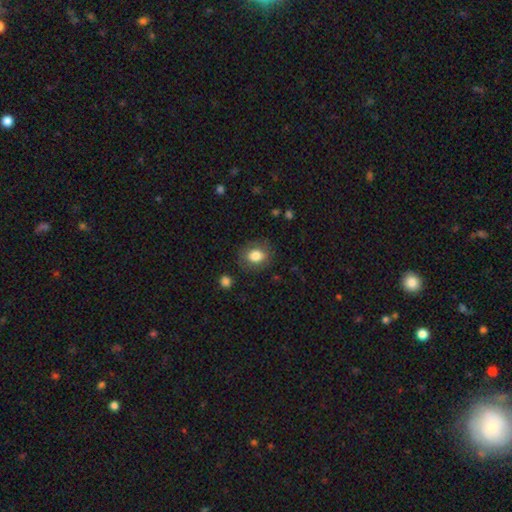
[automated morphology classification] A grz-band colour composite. It shows a smooth galaxy with no disk features (81%) that is round (55%). Merging: none (82%).